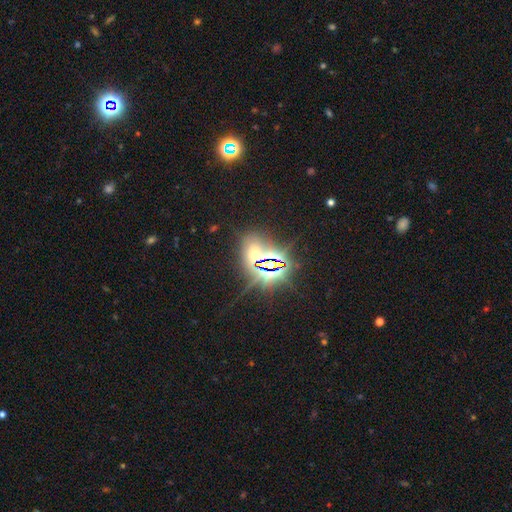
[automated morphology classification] Smooth or featured? Predicted: star or artifact (p=0.72).